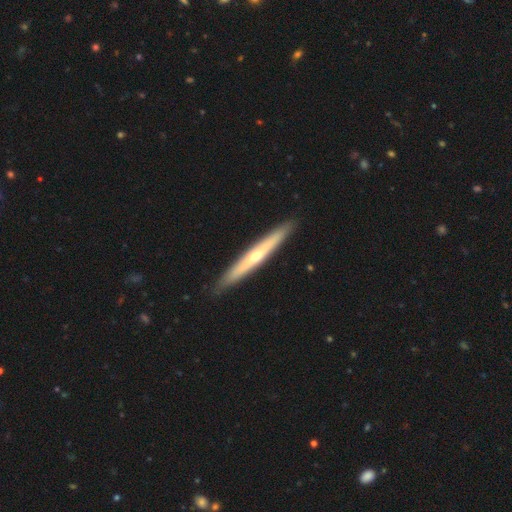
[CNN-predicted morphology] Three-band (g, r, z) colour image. It shows a featured or disk galaxy (66%) viewed edge-on (95%) with a rounded central bulge (74%). Merging: none (91%).